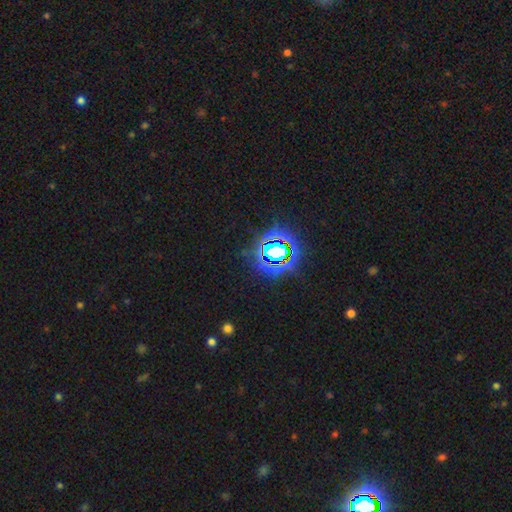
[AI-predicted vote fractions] A star or artifact, not a galaxy (83%).